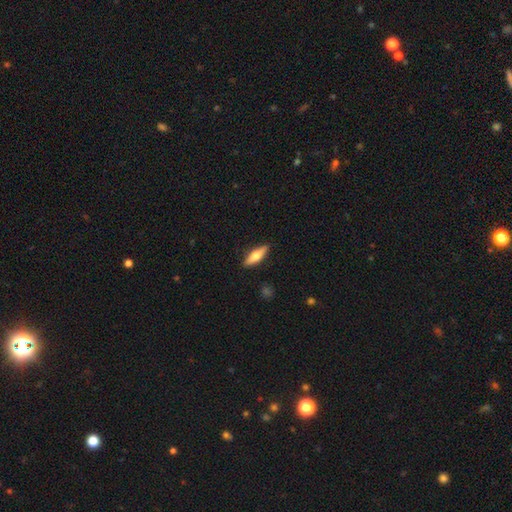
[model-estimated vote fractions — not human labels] smooth-or-featured: smooth: 48% | featured or disk: 46% | star or artifact: 6%
  merging: none: 89% | minor disturbance: 8% | major disturbance: 2% | merger: 1%